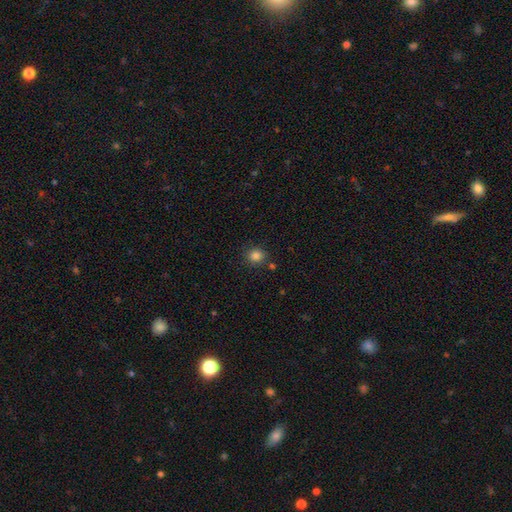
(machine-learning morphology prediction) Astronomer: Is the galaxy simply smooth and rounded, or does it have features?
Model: smooth — 84%.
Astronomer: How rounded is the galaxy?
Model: round — 86%.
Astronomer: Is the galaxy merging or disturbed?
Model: none — 83%.